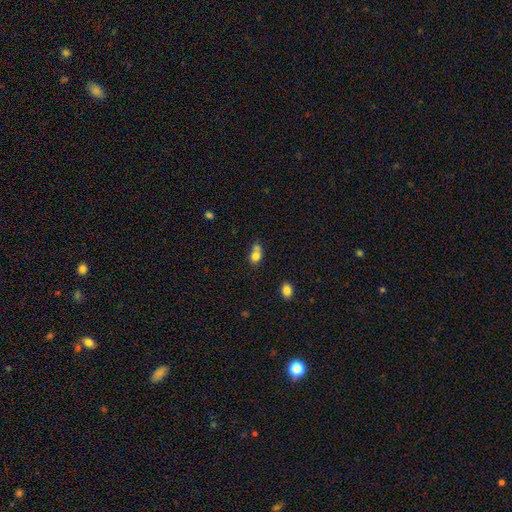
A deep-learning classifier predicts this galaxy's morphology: type=smooth (77%); roundness=in between (58%); merging=merger (38%).